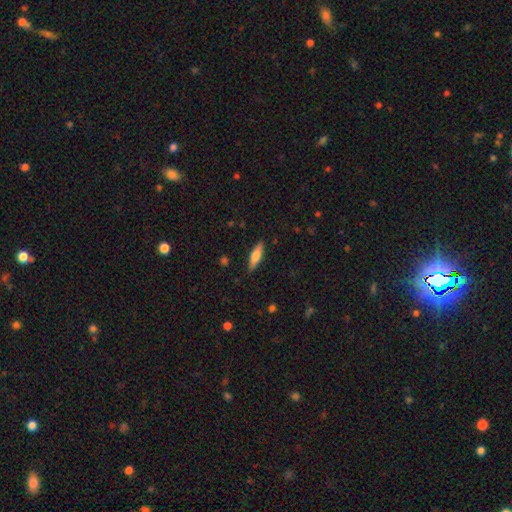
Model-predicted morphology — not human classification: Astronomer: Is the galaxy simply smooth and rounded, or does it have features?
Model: smooth — 62%.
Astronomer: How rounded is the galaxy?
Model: cigar-shaped — 57% (runner-up: in between, 41%).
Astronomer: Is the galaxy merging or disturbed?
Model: none — 86%.